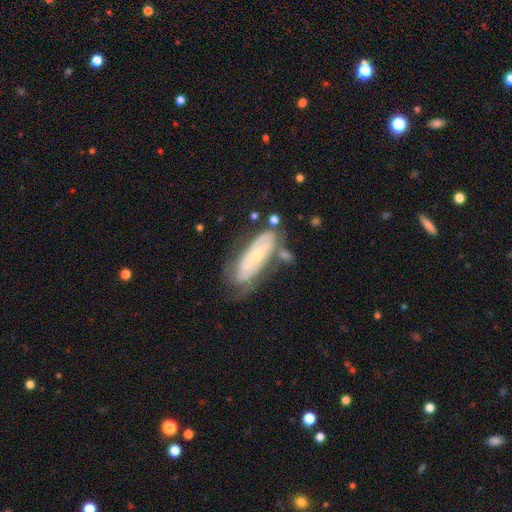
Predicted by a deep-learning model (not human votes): Smooth or featured: featured or disk — 67% (smooth — 26%)
Edge-on disk: no — 84% (yes — 16%)
Bar: no — 65% (weak — 23%)
Spiral arms: yes — 76% (no — 24%)
Bulge size: small — 64% (moderate — 31%)
Merging: none — 49% (minor disturbance — 25%)